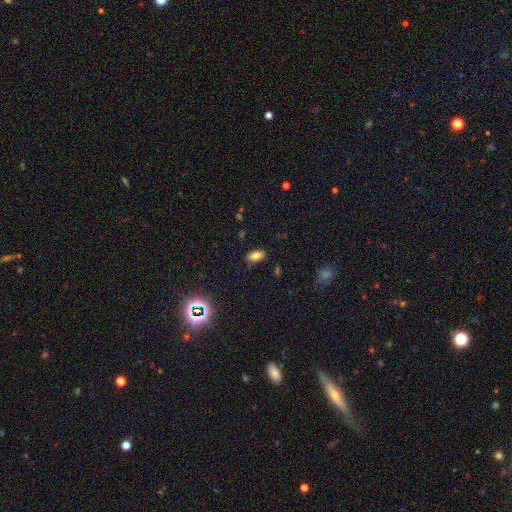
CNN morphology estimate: This appears to be a smooth galaxy with no disk features (80%) that is in between round and cigar-shaped (91%). Merging: none (84%).